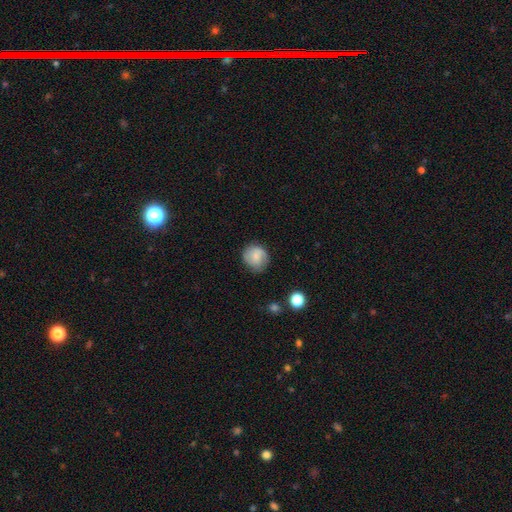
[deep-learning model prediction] Morphology: type=smooth (56%); roundness=round (83%); merging=none (75%).